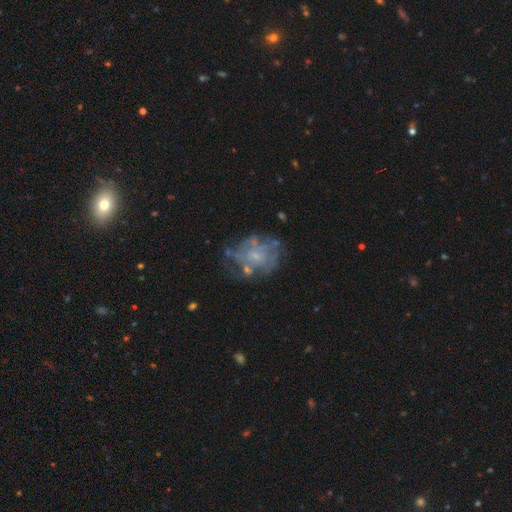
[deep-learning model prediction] This is likely a featured or disk galaxy (67%). It is clearly not viewed edge-on (98%). Bar: clearly no (82%). Spiral arm pattern: possibly no (57%). Central bulge: likely small (62%). Merging: possibly none (53%).